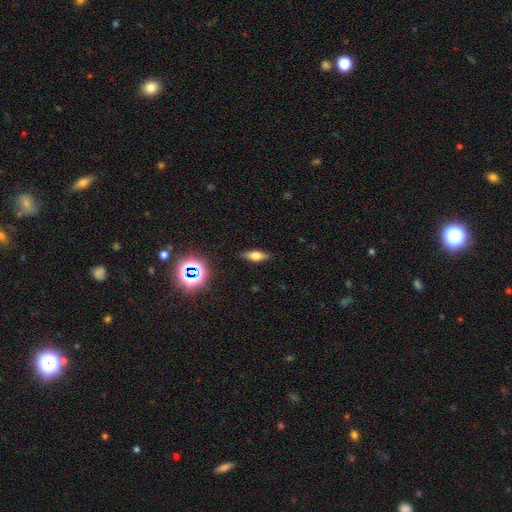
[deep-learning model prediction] A smooth galaxy with no disk features (55%) that is in between round and cigar-shaped (60%).

Vote fractions:
- Smooth or featured? smooth: 55% / featured or disk: 31% / star or artifact: 14%
- How rounded? in between: 60% / cigar-shaped: 34% / round: 6%
- Merging? none: 86% / minor disturbance: 10% / major disturbance: 3% / merger: 1%